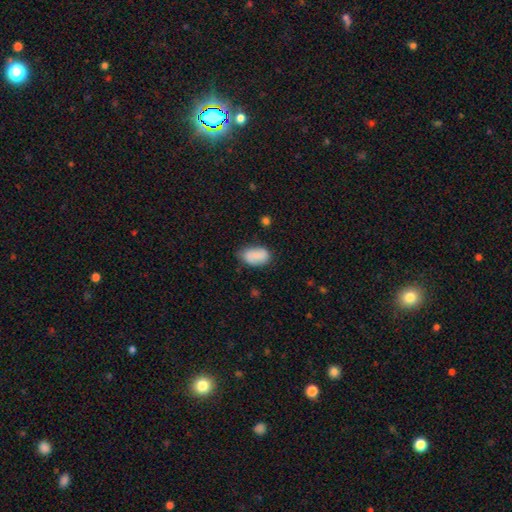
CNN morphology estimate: Smooth or featured? Predicted: smooth (p=0.83). How rounded? Predicted: in between (p=0.91). Merging? Predicted: none (p=0.65).